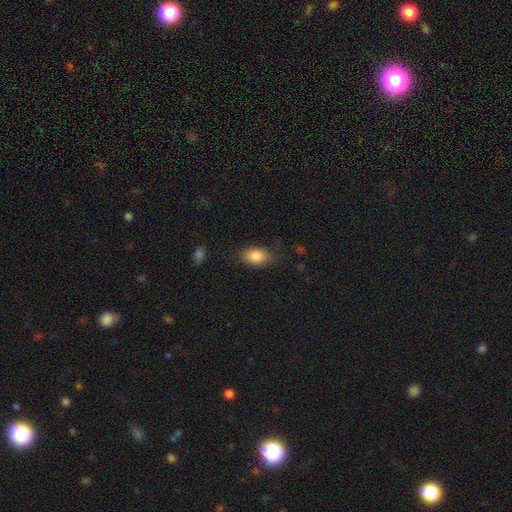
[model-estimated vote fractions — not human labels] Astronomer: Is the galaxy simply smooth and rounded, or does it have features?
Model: smooth — 85%.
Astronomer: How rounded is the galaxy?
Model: in between — 89%.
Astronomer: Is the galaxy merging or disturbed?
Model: none — 79%.